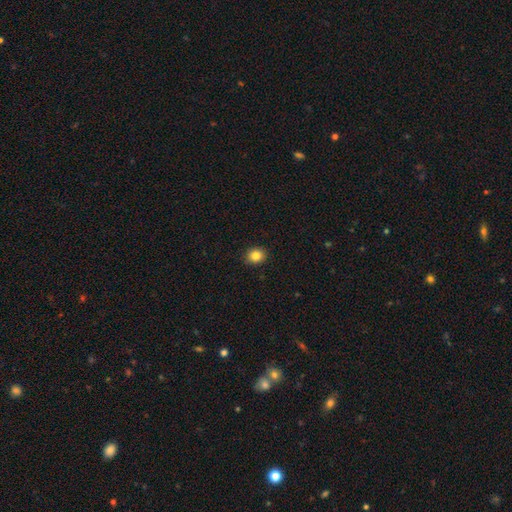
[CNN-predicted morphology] type=smooth (84%); roundness=round (70%); merging=none (91%).